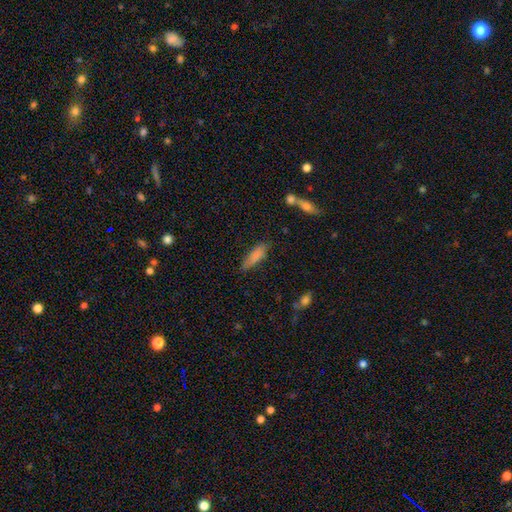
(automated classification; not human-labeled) smooth 79%, featured or disk 14%, star or artifact 8%. Down the decision tree: how rounded — cigar-shaped (54%); merging — none (67%).